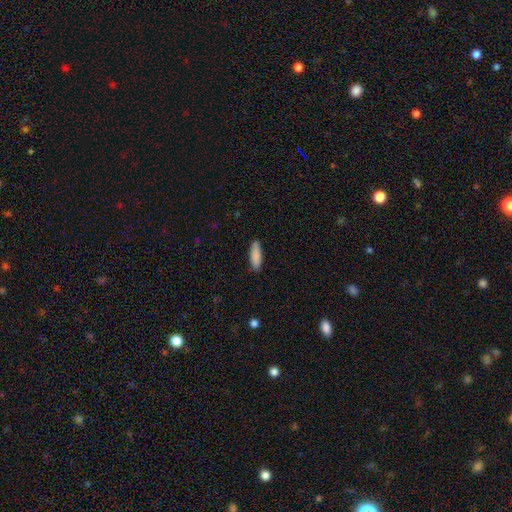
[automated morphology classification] Smooth or featured? Predicted: smooth (p=0.88). How rounded? Predicted: in between (p=0.50). Merging? Predicted: none (p=0.87).